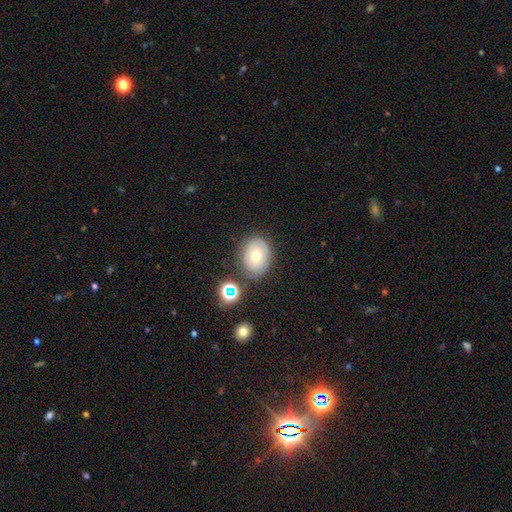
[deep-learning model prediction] This appears to be a smooth galaxy with no disk features (60%) that is in between round and cigar-shaped (57%). Merging: none (72%).